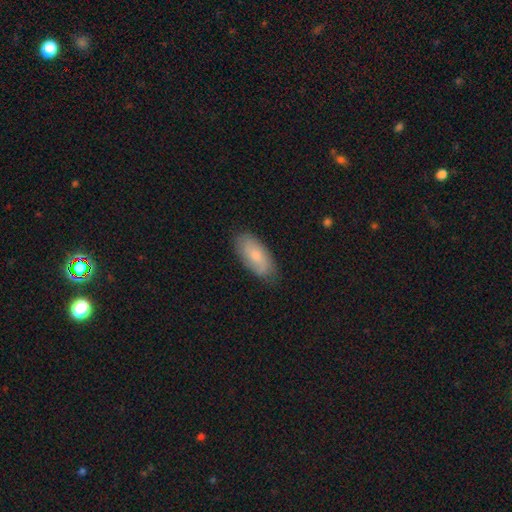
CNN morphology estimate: This is likely a smooth galaxy (64%). How rounded: clearly in between (88%). Merging: likely none (79%).